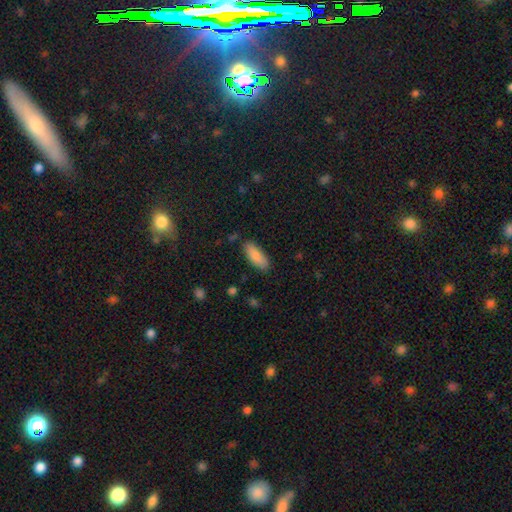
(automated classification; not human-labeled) Smooth or featured: smooth — 87% (featured or disk — 7%)
How rounded: in between — 70% (cigar-shaped — 28%)
Merging: none — 83% (minor disturbance — 12%)